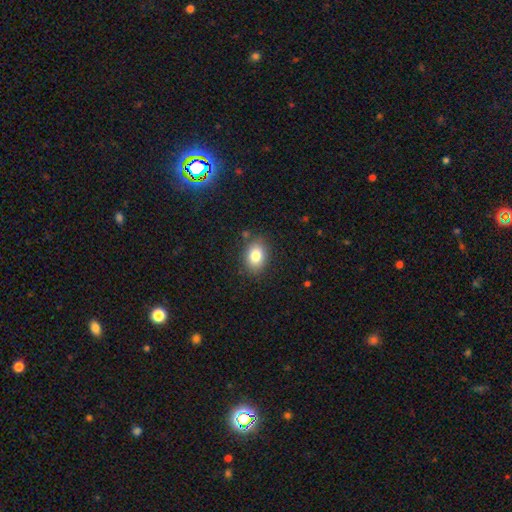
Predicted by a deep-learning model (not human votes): Smooth or featured? smooth (82%)
How rounded? in between (73%)
Merging? none (84%)